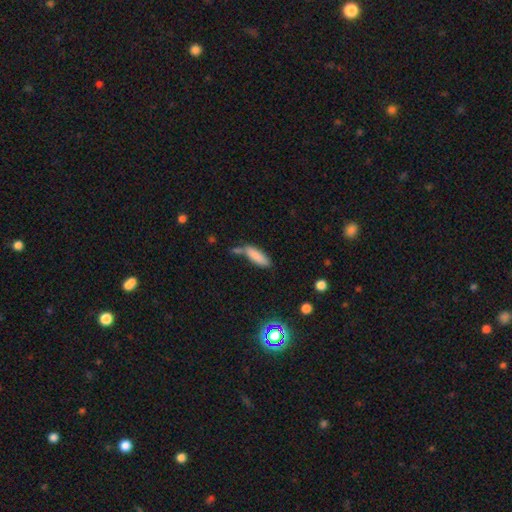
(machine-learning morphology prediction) Smooth or featured? smooth (82%)
How rounded? in between (50%)
Merging? none (46%)